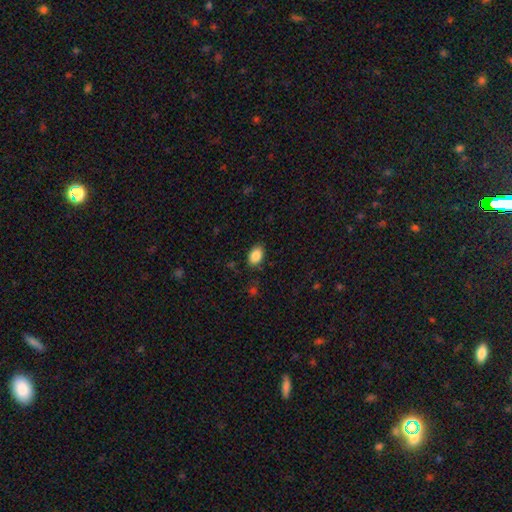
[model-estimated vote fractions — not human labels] Morphology: type=smooth (87%); roundness=in between (88%); merging=none (85%).